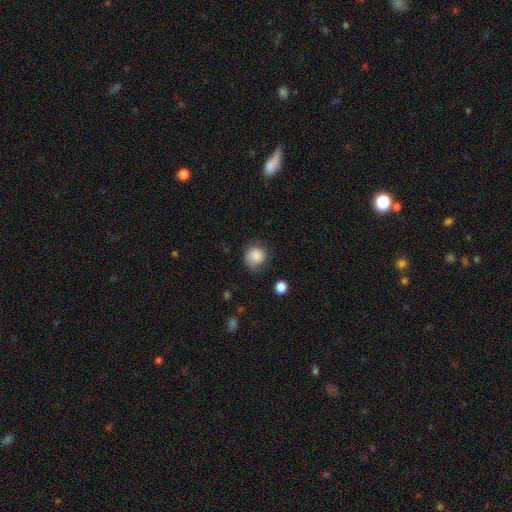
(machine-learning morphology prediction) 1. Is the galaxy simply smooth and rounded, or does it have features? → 83% smooth, 9% featured or disk, 8% star or artifact.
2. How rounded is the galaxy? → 83% round, 16% in between, 1% cigar-shaped.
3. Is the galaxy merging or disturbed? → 64% none, 25% minor disturbance, 9% major disturbance, 2% merger.